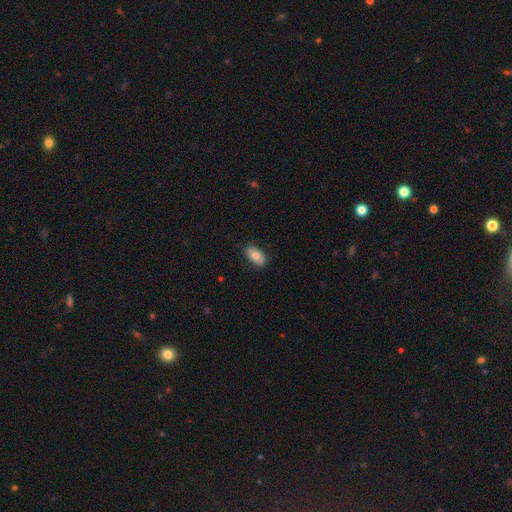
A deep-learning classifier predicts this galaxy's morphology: Q: Smooth or featured?
A: smooth (77%); runner-up: featured or disk (16%)
Q: How rounded?
A: in between (90%); runner-up: cigar-shaped (5%)
Q: Merging?
A: none (83%); runner-up: minor disturbance (14%)